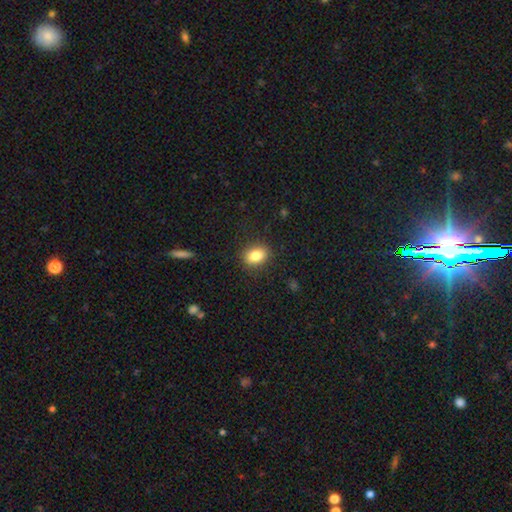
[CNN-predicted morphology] type=smooth (84%); roundness=in between (77%); merging=none (86%).